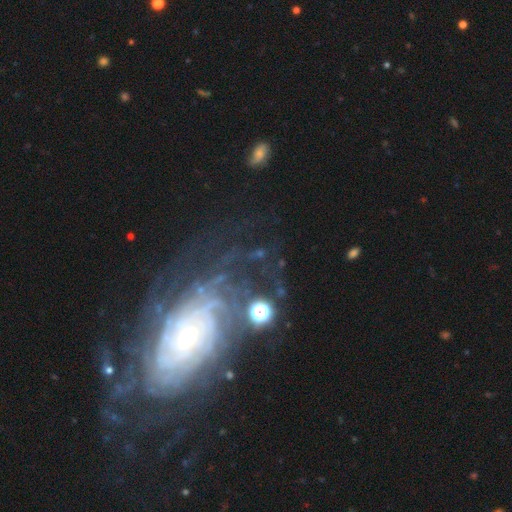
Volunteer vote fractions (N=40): Smooth or featured? featured or disk (95%)
Edge-on disk? no (100%)
Bar? no (68%)
Spiral arms? yes (100%)
Spiral winding? tight (84%)
Spiral arm count? more than 4 (66%)
Bulge size? small (63%)
Merging? none (72%)